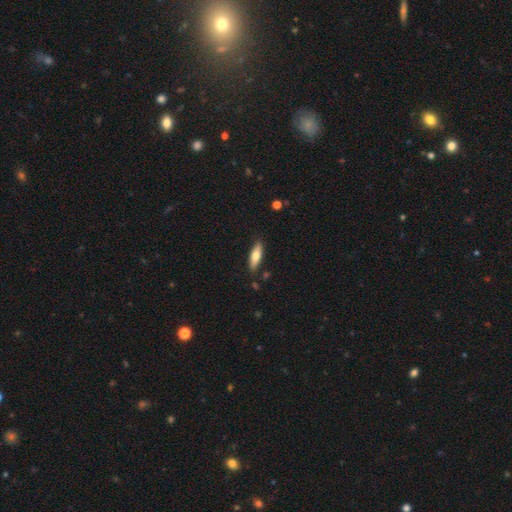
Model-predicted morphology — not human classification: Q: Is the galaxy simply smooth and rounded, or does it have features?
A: smooth — 67%.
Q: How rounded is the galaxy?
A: cigar-shaped — 52%.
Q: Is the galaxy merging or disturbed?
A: none — 85%.